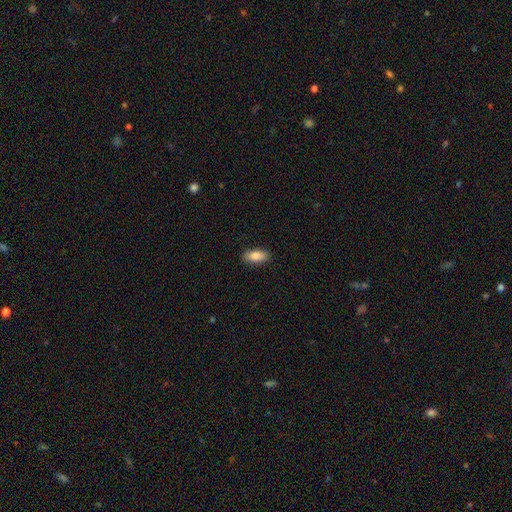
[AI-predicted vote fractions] Morphology: type=smooth (84%); roundness=in between (86%); merging=none (89%).